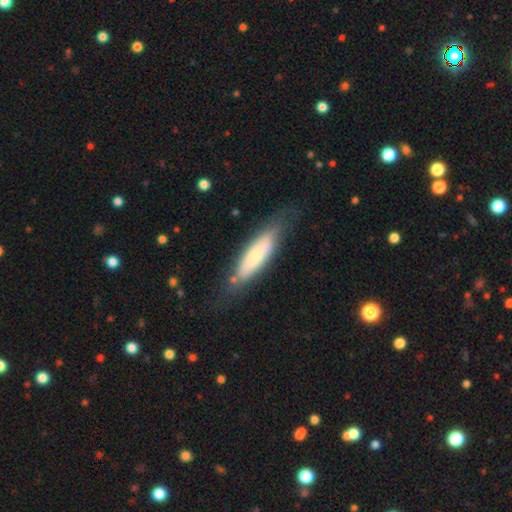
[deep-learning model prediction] Smooth or featured: smooth — 67% (featured or disk — 26%)
How rounded: cigar-shaped — 61% (in between — 37%)
Merging: none — 66% (minor disturbance — 23%)